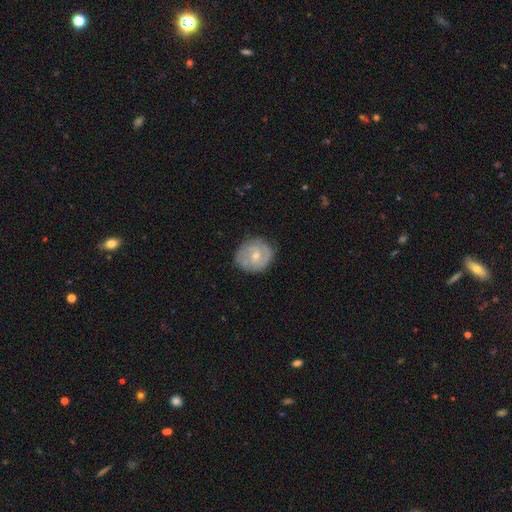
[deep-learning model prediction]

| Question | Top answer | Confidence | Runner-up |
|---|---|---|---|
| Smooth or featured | featured or disk | 63% | smooth (32%) |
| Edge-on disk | no | 97% | yes (3%) |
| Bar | no | 59% | weak (36%) |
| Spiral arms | yes | 77% | no (23%) |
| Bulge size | small | 52% | moderate (45%) |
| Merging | none | 74% | minor disturbance (19%) |